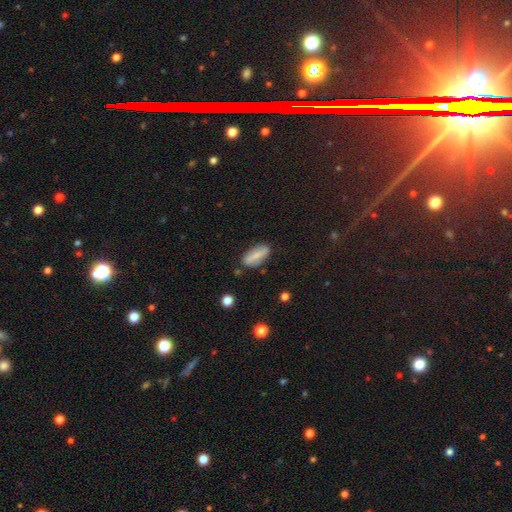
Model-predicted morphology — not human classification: Smooth or featured? Predicted: smooth (p=0.63). How rounded? Predicted: in between (p=0.74). Merging? Predicted: none (p=0.80).